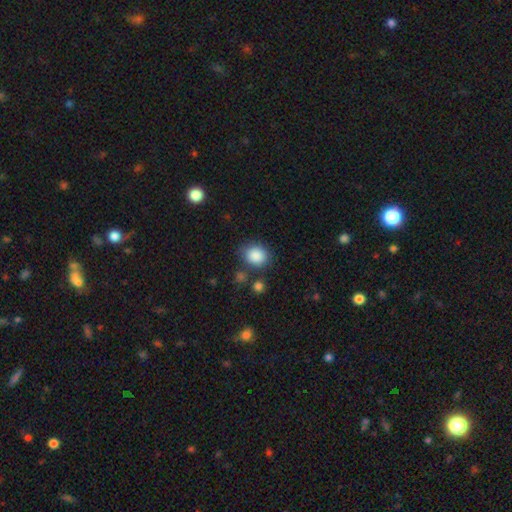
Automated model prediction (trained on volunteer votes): smooth_or_featured: smooth (p=0.87) [alt: star or artifact p=0.09]
how_rounded: round (p=0.59) [alt: in between p=0.40]
merging: none (p=0.75) [alt: minor disturbance p=0.15]